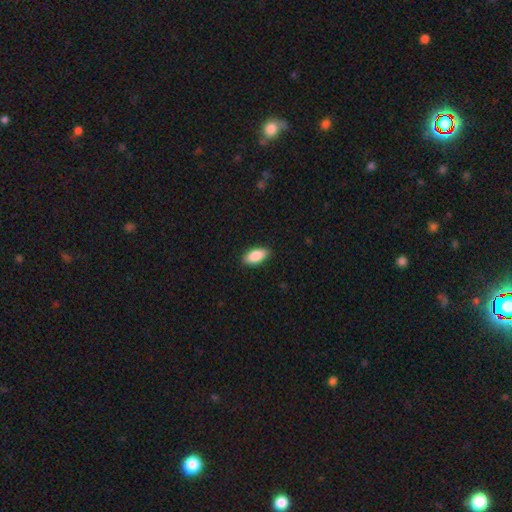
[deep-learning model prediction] The model was most divided on "merging": none: 89%, minor disturbance: 8%, major disturbance: 2%, merger: 1%. More confident: how rounded — in between (92%); smooth or featured — smooth (88%).